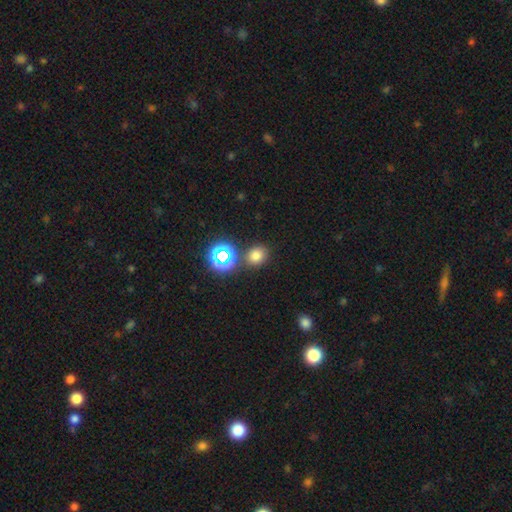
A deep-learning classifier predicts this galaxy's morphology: Smooth or featured: smooth — 72% (star or artifact — 22%)
How rounded: round — 68% (in between — 31%)
Merging: none — 80% (minor disturbance — 9%)